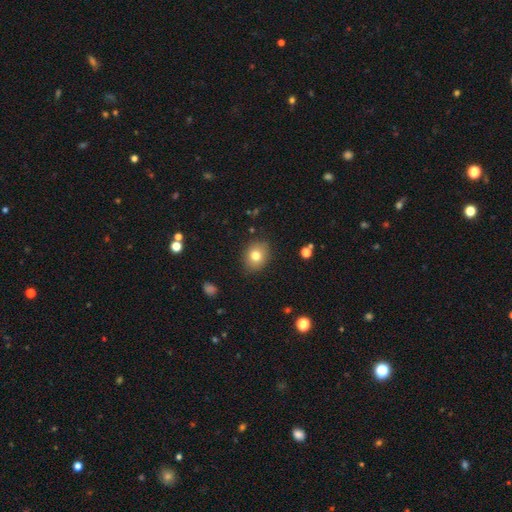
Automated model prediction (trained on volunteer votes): Q: Smooth or featured?
A: smooth (77%); runner-up: featured or disk (12%)
Q: How rounded?
A: round (54%); runner-up: in between (45%)
Q: Merging?
A: none (86%); runner-up: minor disturbance (10%)